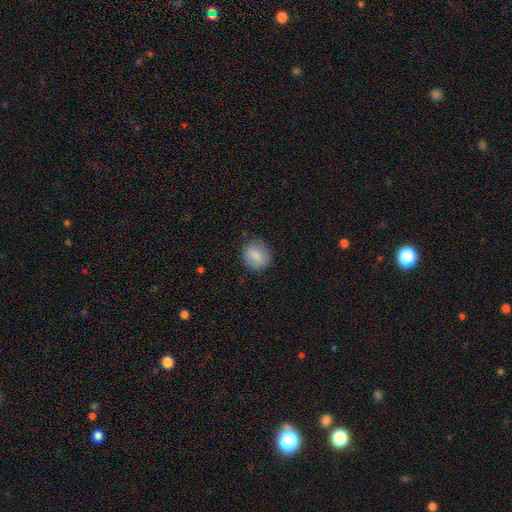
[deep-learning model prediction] smooth 80%, featured or disk 12%, star or artifact 8%. Down the decision tree: how rounded — round (59%); merging — none (80%).